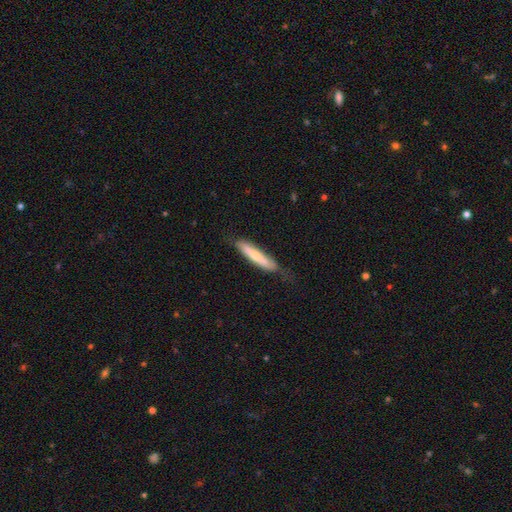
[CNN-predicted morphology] smooth_or_featured: smooth (p=0.59) [alt: featured or disk p=0.36]
how_rounded: cigar-shaped (p=0.86) [alt: in between p=0.13]
merging: none (p=0.66) [alt: minor disturbance p=0.25]